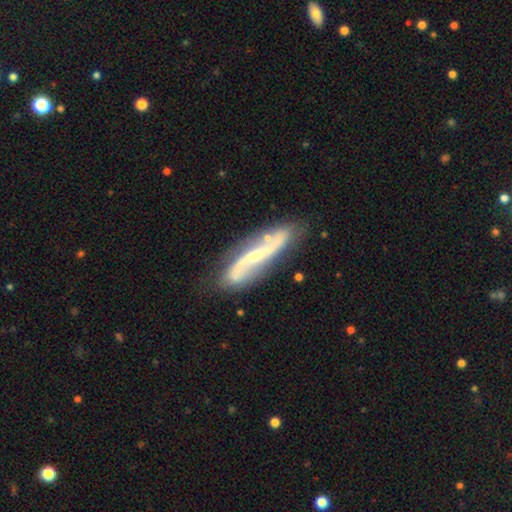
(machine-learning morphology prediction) smooth-or-featured: featured or disk: 84% | smooth: 11% | star or artifact: 5%
  disk-edge-on: no: 86% | yes: 14%
    bar: weak: 38% | no: 34% | strong: 29%
    has-spiral-arms: yes: 95% | no: 5%
      spiral-winding: loose: 65% | medium: 26% | tight: 9%
      spiral-arm-count: 2: 91% | can't tell: 4% | 1: 2% | 3: 1% | 4: 1% | more than 4: 1%
    bulge-size: small: 61% | moderate: 30% | none: 6% | large: 2% | dominant: 1%
  merging: none: 73% | minor disturbance: 17% | major disturbance: 6% | merger: 4%